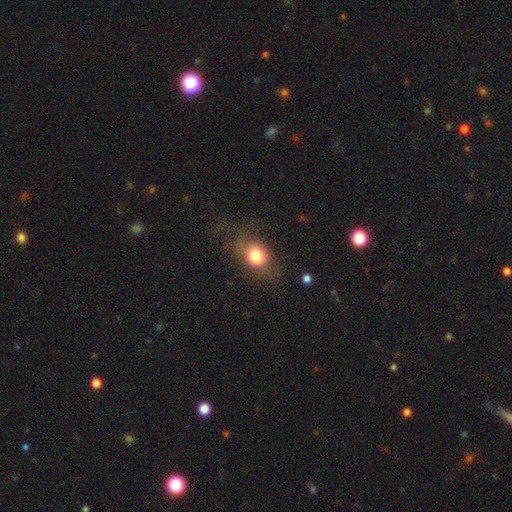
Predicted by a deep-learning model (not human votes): A smooth galaxy with no disk features (77%) that is in between round and cigar-shaped (49%, tied with round). Merging: none (61%).